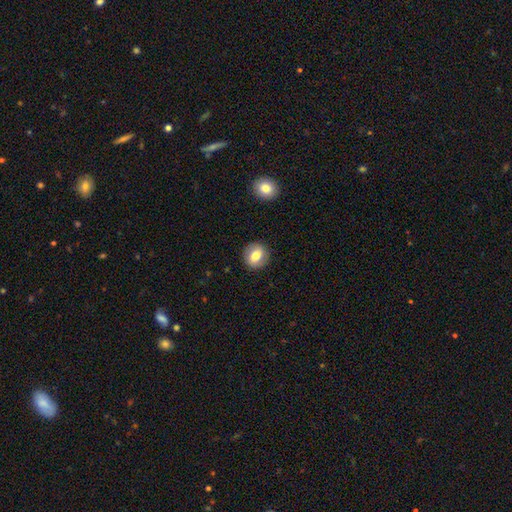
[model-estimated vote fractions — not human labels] A smooth galaxy with no disk features (73%) that is round (78%). Merging: none (88%).